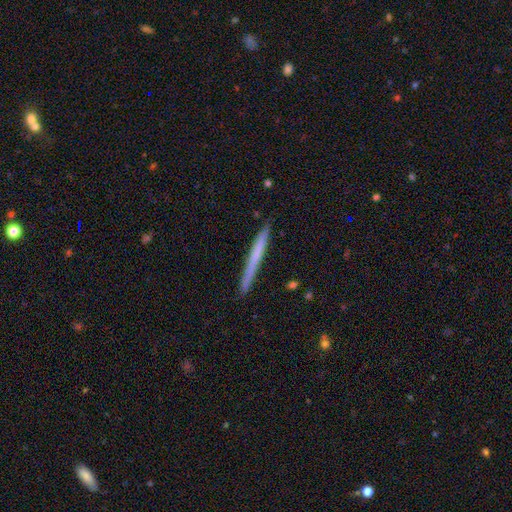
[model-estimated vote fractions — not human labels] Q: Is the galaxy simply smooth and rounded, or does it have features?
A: smooth — 59%.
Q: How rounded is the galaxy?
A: cigar-shaped — 97%.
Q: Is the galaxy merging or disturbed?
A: none — 90%.